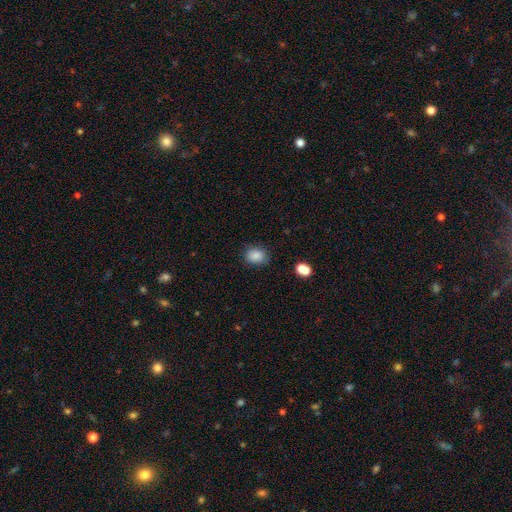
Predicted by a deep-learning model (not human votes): This appears to be a smooth galaxy with no disk features (85%) that is in between round and cigar-shaped (50%). Merging: none (80%).